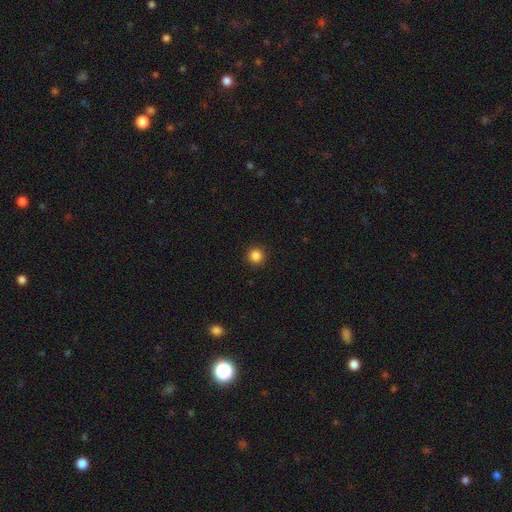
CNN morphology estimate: The model was most divided on "smooth or featured": smooth: 85%, star or artifact: 11%, featured or disk: 3%. More confident: how rounded — round (95%); merging — none (92%).